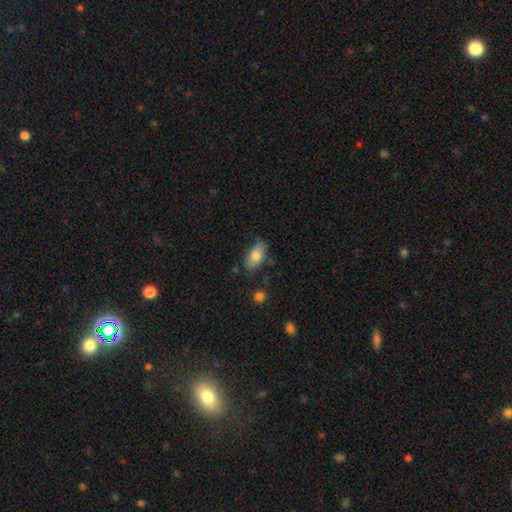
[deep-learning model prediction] smooth 80%, featured or disk 13%, star or artifact 7%. Down the decision tree: how rounded — in between (90%); merging — none (73%).